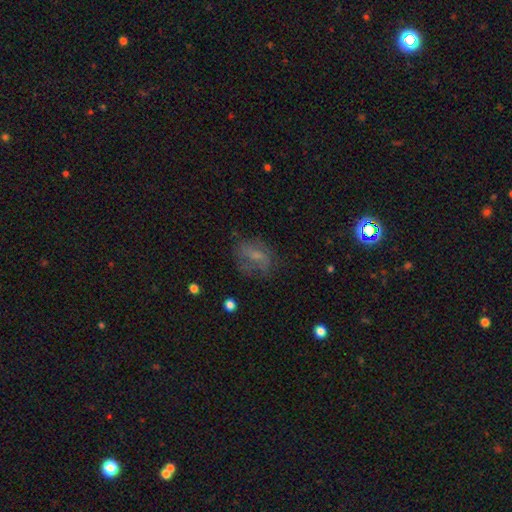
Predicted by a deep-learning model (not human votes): A smooth galaxy with no disk features (49%). Merging: none (53%).